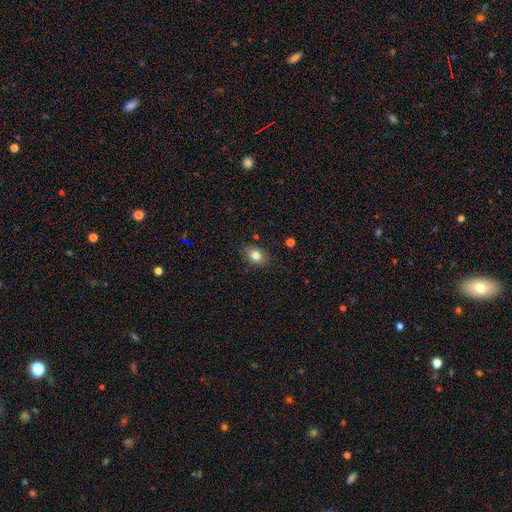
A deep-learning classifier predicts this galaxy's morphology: Smooth or featured?
  - smooth: 79% *
  - star or artifact: 11%
  - featured or disk: 10%
How rounded?
  - in between: 70% *
  - round: 28%
  - cigar-shaped: 2%
Merging?
  - none: 82% *
  - minor disturbance: 14%
  - major disturbance: 3%
  - merger: 1%